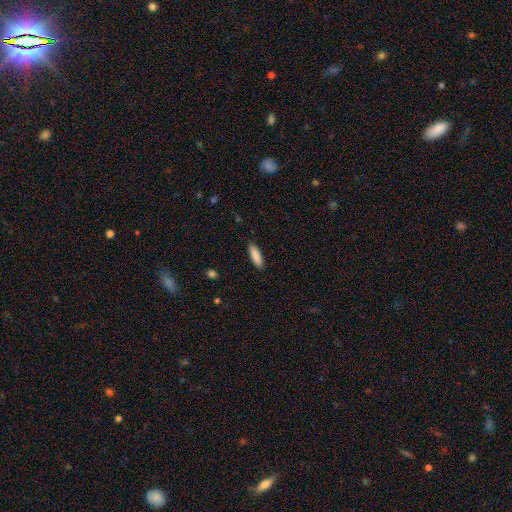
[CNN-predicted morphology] Smooth or featured: smooth — 88% (featured or disk — 6%)
How rounded: cigar-shaped — 56% (in between — 42%)
Merging: none — 88% (minor disturbance — 9%)